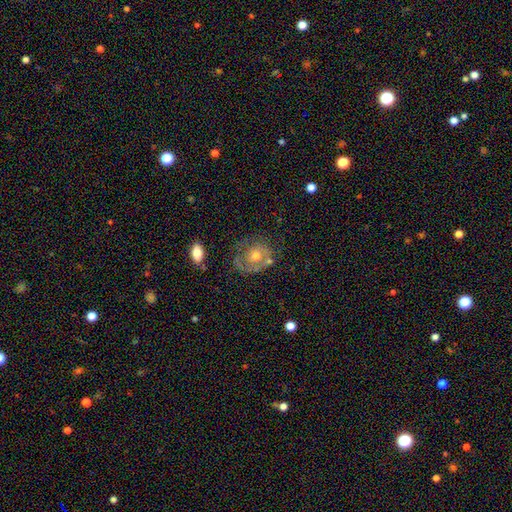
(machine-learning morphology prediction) smooth_or_featured: featured or disk (p=0.61) [alt: smooth p=0.31]
disk_edge_on: no (p=0.96) [alt: yes p=0.04]
bar: no (p=0.86) [alt: weak p=0.12]
has_spiral_arms: yes (p=0.55) [alt: no p=0.45]
bulge_size: moderate (p=0.60) [alt: small p=0.29]
merging: none (p=0.59) [alt: minor disturbance p=0.22]